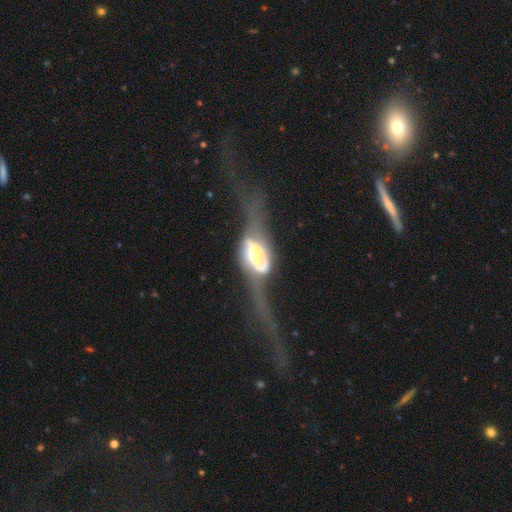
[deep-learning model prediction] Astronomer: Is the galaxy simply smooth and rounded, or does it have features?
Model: featured or disk — 77%.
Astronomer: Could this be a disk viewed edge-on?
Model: no — 70%.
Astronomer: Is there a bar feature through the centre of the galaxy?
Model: no — 47% (runner-up: strong, 27%).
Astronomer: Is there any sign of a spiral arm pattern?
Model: yes — 51% (runner-up: no, 49%).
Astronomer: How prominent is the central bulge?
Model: moderate — 47% (runner-up: small, 26%).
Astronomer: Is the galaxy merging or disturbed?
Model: major disturbance — 37% (runner-up: merger, 34%).